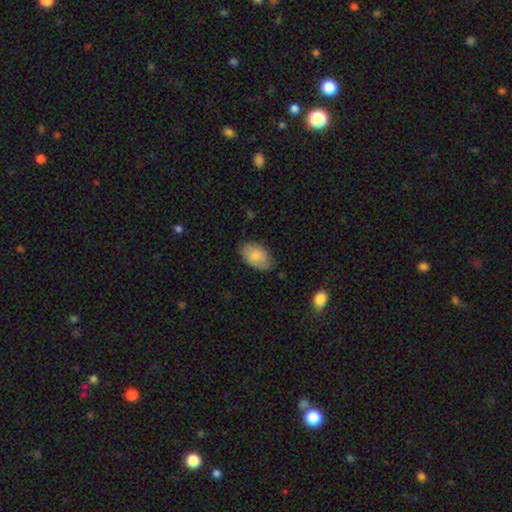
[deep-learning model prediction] Smooth or featured? smooth (81%)
How rounded? in between (91%)
Merging? none (75%)